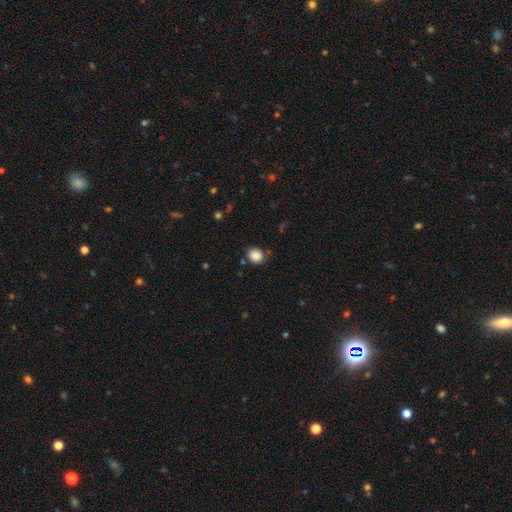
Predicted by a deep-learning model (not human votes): A smooth galaxy with no disk features (86%) that is round (71%).

Vote fractions:
- Smooth or featured? smooth: 86% / star or artifact: 10% / featured or disk: 4%
- How rounded? round: 71% / in between: 29% / cigar-shaped: 1%
- Merging? none: 82% / minor disturbance: 12% / merger: 3% / major disturbance: 3%